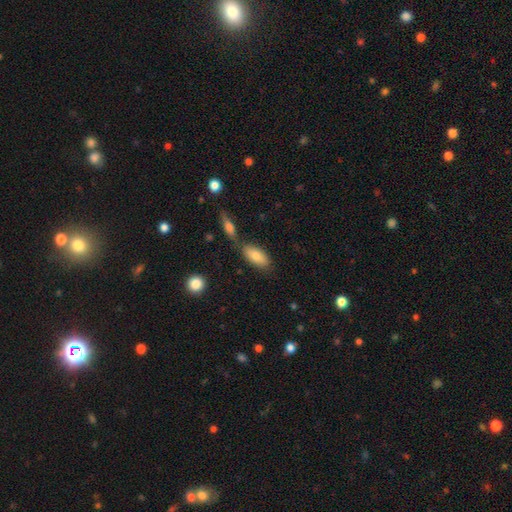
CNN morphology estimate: Smooth or featured?
  - smooth: 79% *
  - featured or disk: 14%
  - star or artifact: 7%
How rounded?
  - in between: 88% *
  - cigar-shaped: 9%
  - round: 3%
Merging?
  - none: 61% *
  - merger: 21%
  - minor disturbance: 14%
  - major disturbance: 4%